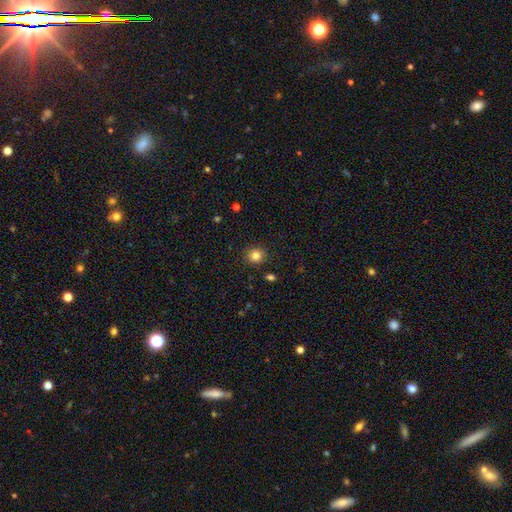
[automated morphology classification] Q: Smooth or featured?
A: smooth (83%); runner-up: star or artifact (11%)
Q: How rounded?
A: round (88%); runner-up: in between (11%)
Q: Merging?
A: none (90%); runner-up: minor disturbance (7%)